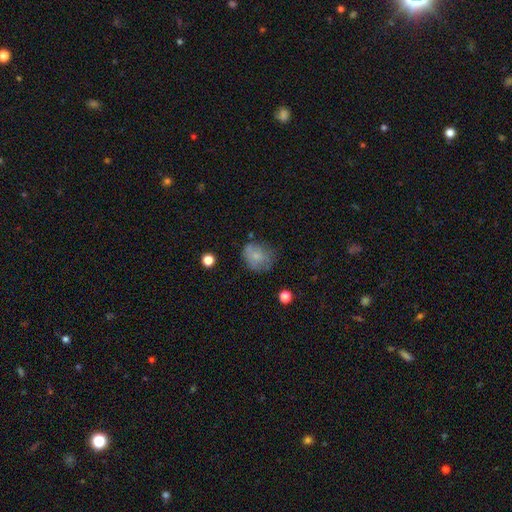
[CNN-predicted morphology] smooth 71%, featured or disk 19%, star or artifact 10%. Down the decision tree: how rounded — round (64%); merging — none (53%).